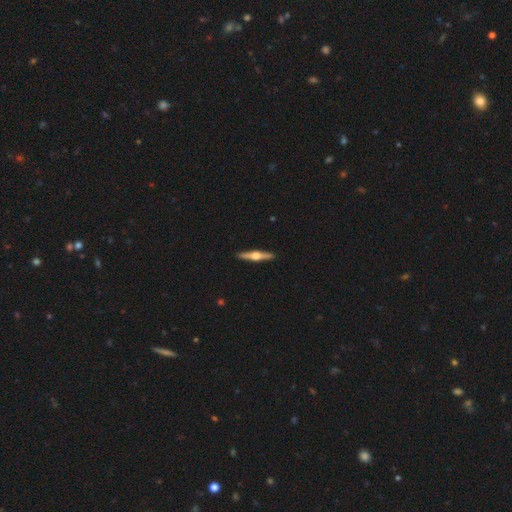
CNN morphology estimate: Smooth or featured?
  - featured or disk: 72% *
  - smooth: 23%
  - star or artifact: 5%
Edge-on disk?
  - yes: 98% *
  - no: 2%
Edge-on bulge?
  - rounded: 94% *
  - boxy: 3%
  - none: 2%
Merging?
  - none: 92% *
  - minor disturbance: 5%
  - major disturbance: 1%
  - merger: 1%